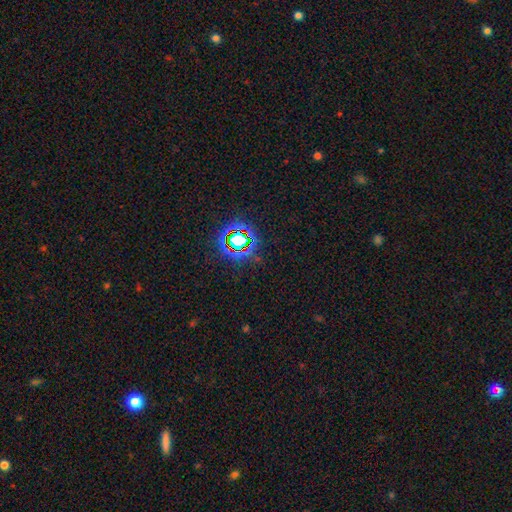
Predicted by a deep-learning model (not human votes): This appears to be a star or artifact, not a galaxy (65%).